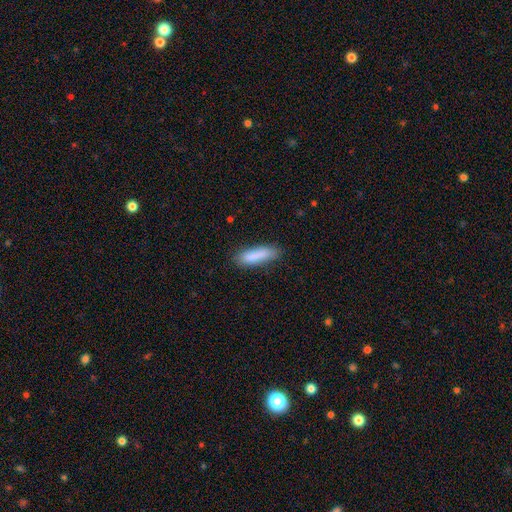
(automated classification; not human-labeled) Overall: smooth (86%). How rounded: cigar-shaped (62%; in between 37%). Merging: none (81%).